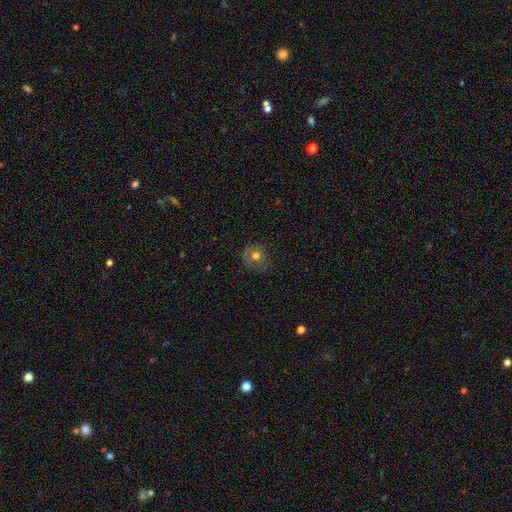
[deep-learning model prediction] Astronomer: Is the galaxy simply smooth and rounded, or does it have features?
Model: smooth — 67%.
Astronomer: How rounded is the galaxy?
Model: round — 88%.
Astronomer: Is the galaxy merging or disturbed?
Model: none — 72%.